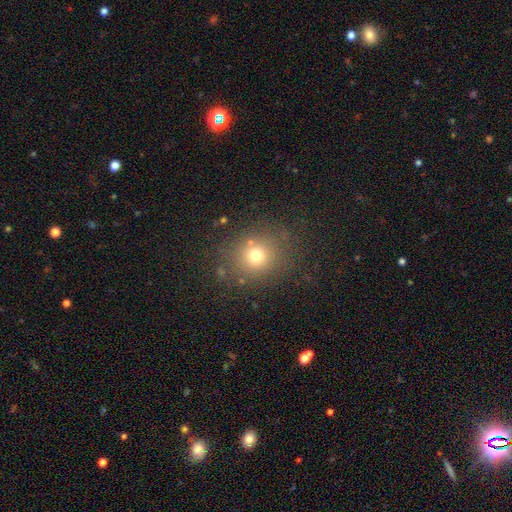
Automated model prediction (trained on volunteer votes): Q: Smooth or featured?
A: smooth (72%); runner-up: star or artifact (18%)
Q: How rounded?
A: round (83%); runner-up: in between (16%)
Q: Merging?
A: none (81%); runner-up: minor disturbance (11%)